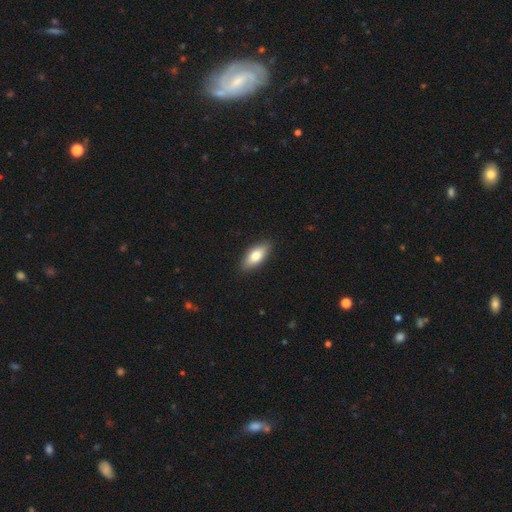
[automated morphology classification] Q: Smooth or featured?
A: smooth (78%); runner-up: featured or disk (16%)
Q: How rounded?
A: in between (80%); runner-up: cigar-shaped (18%)
Q: Merging?
A: none (89%); runner-up: minor disturbance (9%)